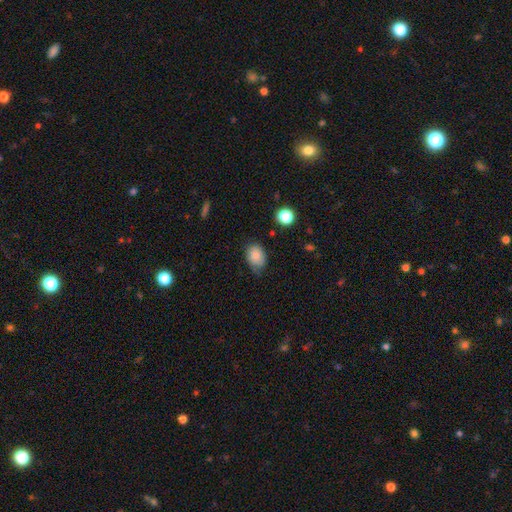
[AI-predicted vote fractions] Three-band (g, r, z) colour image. It shows a smooth galaxy with no disk features (85%) that is in between round and cigar-shaped (70%). Merging: none (61%).